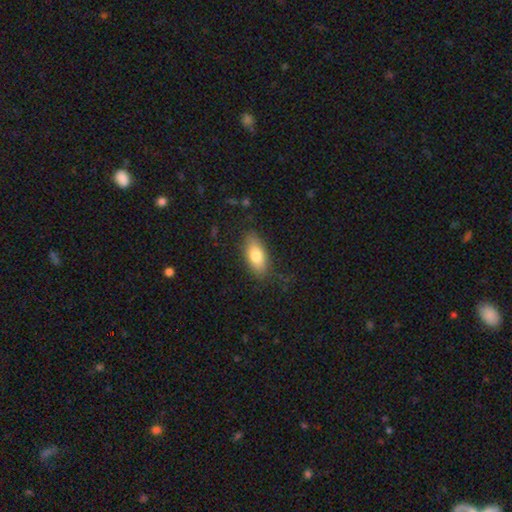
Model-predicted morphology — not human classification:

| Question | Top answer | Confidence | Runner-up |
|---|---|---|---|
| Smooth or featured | smooth | 78% | featured or disk (15%) |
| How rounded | in between | 85% | cigar-shaped (11%) |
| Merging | none | 82% | minor disturbance (13%) |